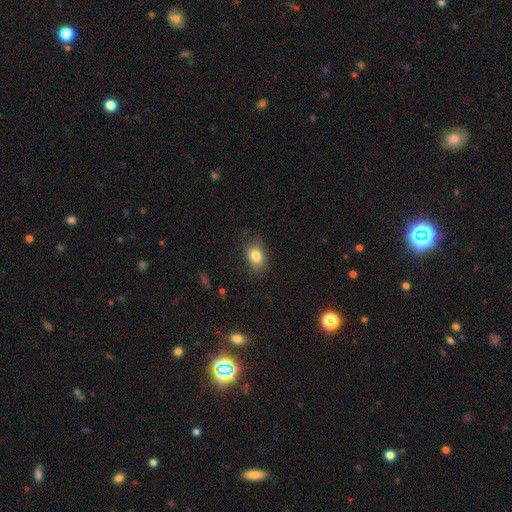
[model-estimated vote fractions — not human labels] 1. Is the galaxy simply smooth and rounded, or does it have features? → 82% smooth, 10% star or artifact, 8% featured or disk.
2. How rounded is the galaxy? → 72% in between, 26% round, 1% cigar-shaped.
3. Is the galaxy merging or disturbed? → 81% none, 14% minor disturbance, 4% major disturbance, 1% merger.